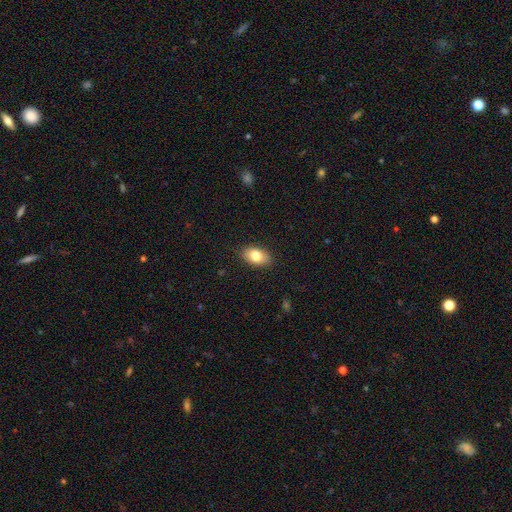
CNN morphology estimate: A smooth galaxy with no disk features (81%) that is in between round and cigar-shaped (90%). Merging: none (88%).